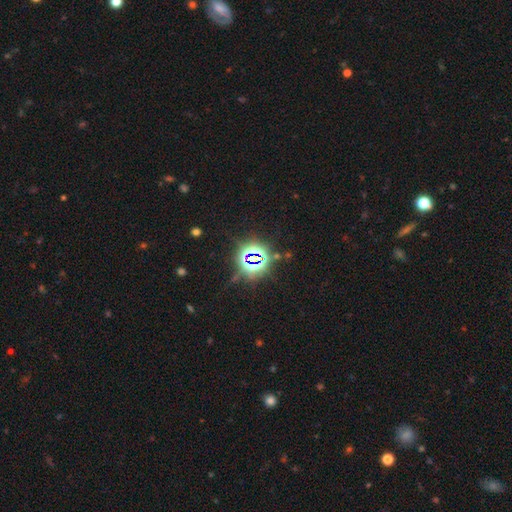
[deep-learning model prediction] Morphology: type=star or artifact (81%).